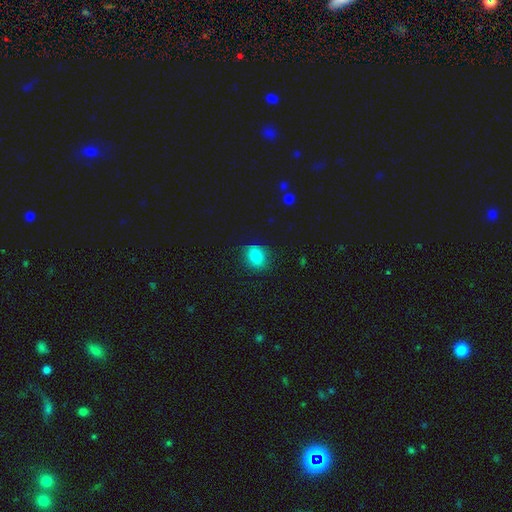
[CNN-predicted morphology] The model was most divided on "how rounded": in between: 52%, round: 47%, cigar-shaped: 2%. More confident: smooth or featured — smooth (79%); merging — none (75%).